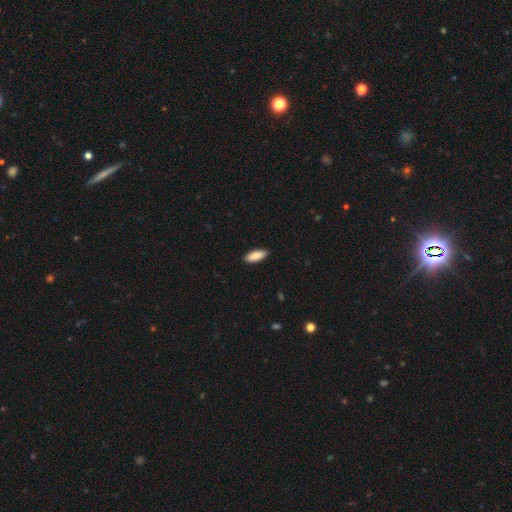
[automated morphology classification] smooth 89%, star or artifact 6%, featured or disk 5%. Down the decision tree: how rounded — in between (74%); merging — none (90%).